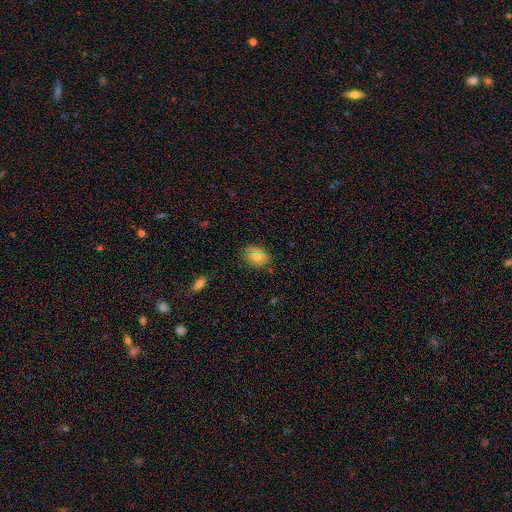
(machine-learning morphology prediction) Smooth or featured: smooth — 73% (featured or disk — 17%)
How rounded: in between — 68% (round — 31%)
Merging: none — 79% (minor disturbance — 17%)